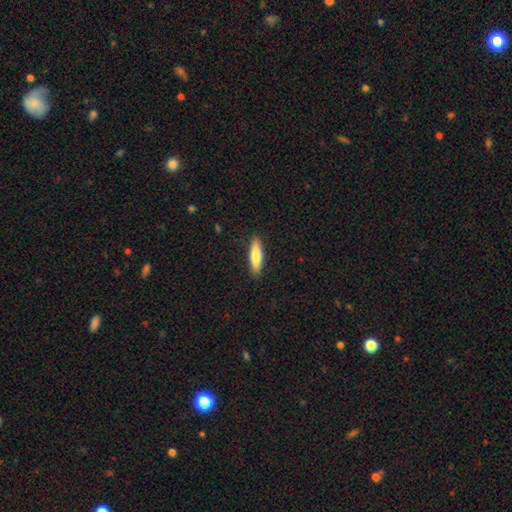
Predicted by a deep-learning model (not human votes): Smooth or featured? Predicted: smooth (p=0.79). How rounded? Predicted: cigar-shaped (p=0.71). Merging? Predicted: none (p=0.90).